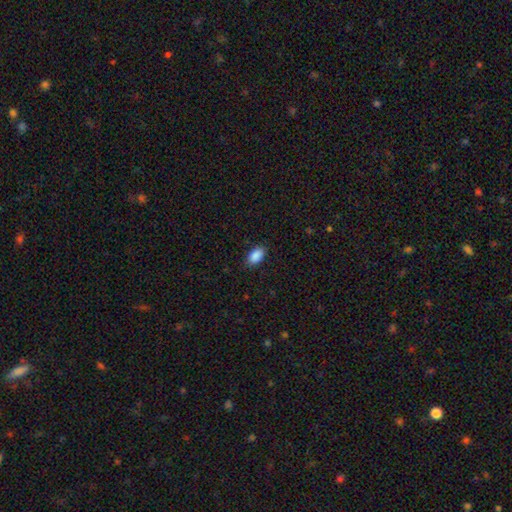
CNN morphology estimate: This appears to be a smooth galaxy with no disk features (90%) that is in between round and cigar-shaped (93%). Merging: none (86%).